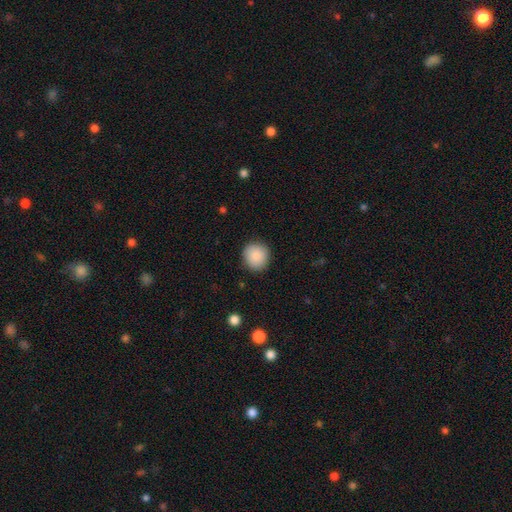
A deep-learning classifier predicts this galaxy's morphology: This is clearly a smooth galaxy (88%). How rounded: clearly round (90%). Merging: clearly none (89%).